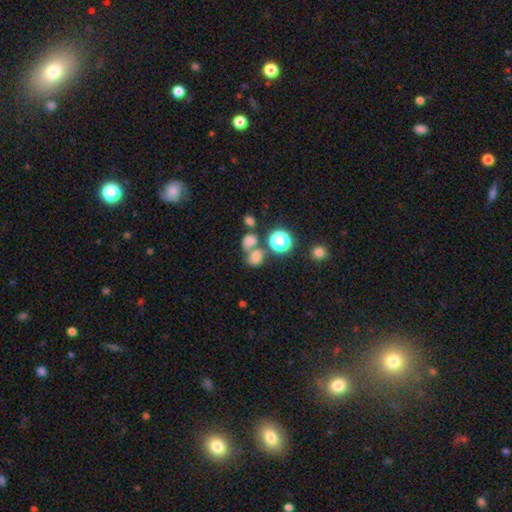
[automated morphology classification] Smooth or featured? Predicted: smooth (p=0.68). How rounded? Predicted: round (p=0.60). Merging? Predicted: merger (p=0.43).